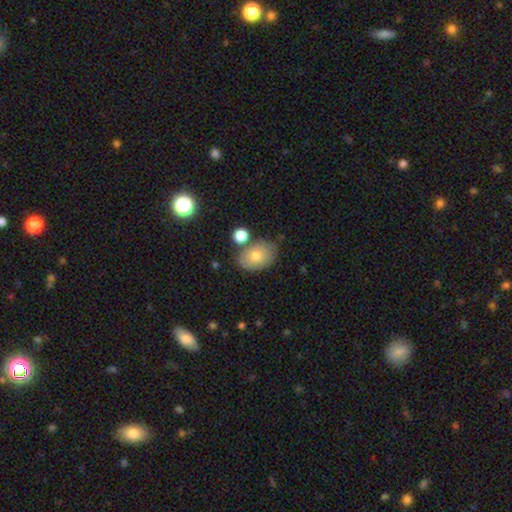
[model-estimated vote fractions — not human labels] The model was most divided on "merging": none: 68%, minor disturbance: 17%, merger: 11%, major disturbance: 4%. More confident: how rounded — in between (81%); smooth or featured — smooth (73%).